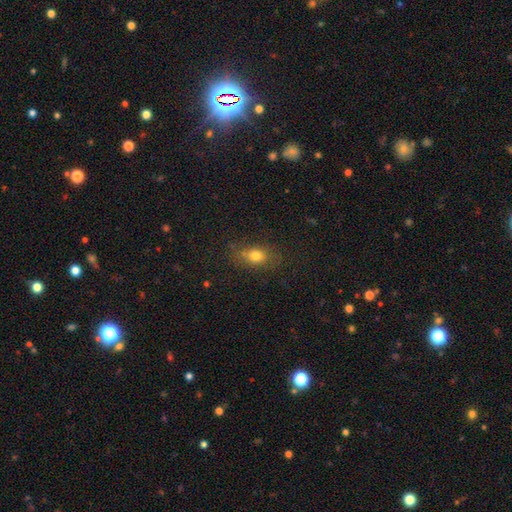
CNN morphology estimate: A smooth galaxy with no disk features (75%) that is in between round and cigar-shaped (71%). Merging: none (74%).